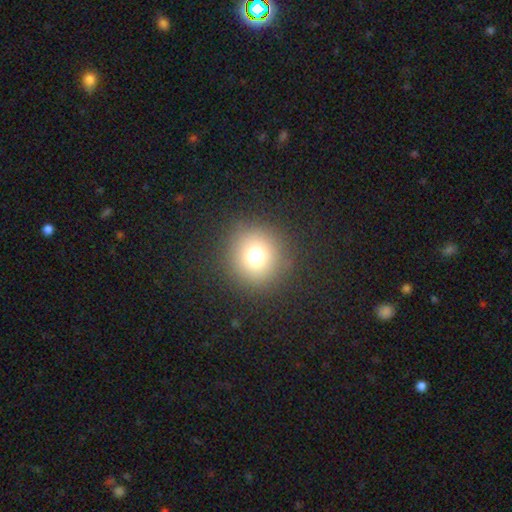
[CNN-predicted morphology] Smooth or featured? Predicted: smooth (p=0.71). How rounded? Predicted: round (p=0.94). Merging? Predicted: none (p=0.89).